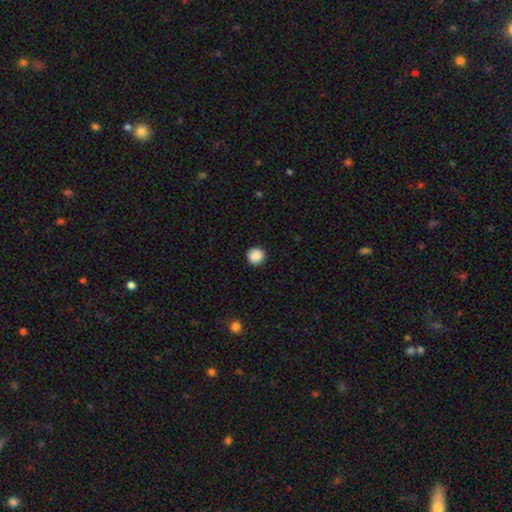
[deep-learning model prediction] Smooth or featured: smooth — 89% (star or artifact — 9%)
How rounded: round — 93% (in between — 6%)
Merging: none — 91% (minor disturbance — 6%)